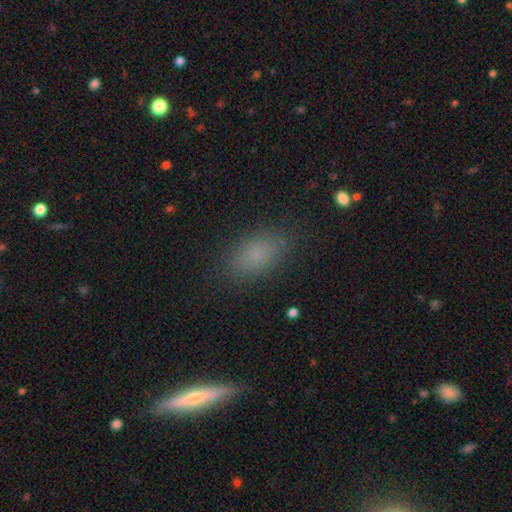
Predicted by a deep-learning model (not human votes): Overall: smooth (79%). How rounded: in between (86%). Merging: none (84%).